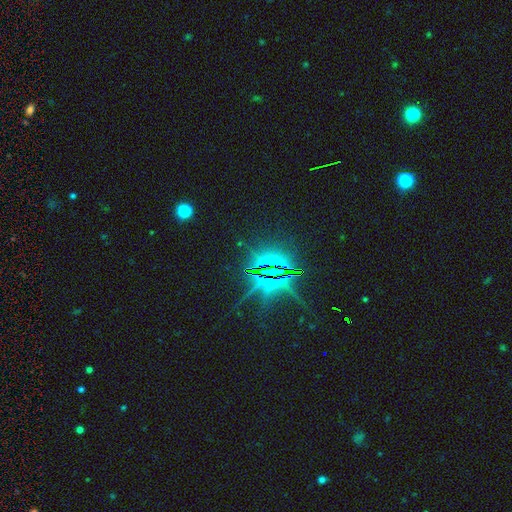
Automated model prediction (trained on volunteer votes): Morphology: type=star or artifact (84%).